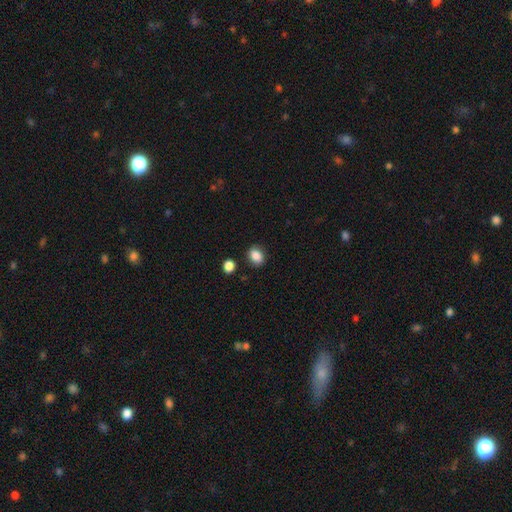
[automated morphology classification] Smooth or featured: smooth — 87% (star or artifact — 9%)
How rounded: in between — 58% (round — 41%)
Merging: none — 83% (minor disturbance — 11%)